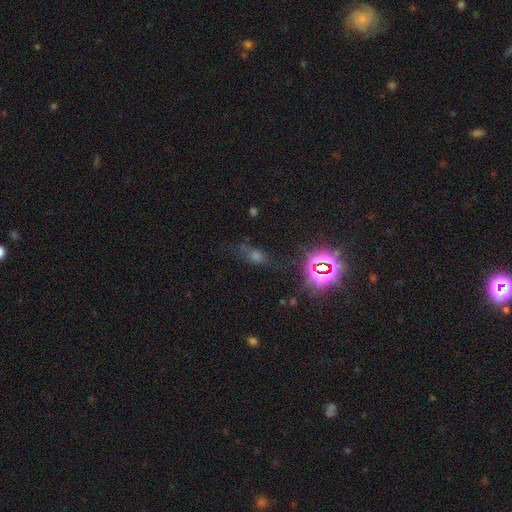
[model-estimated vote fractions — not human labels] Smooth or featured? star or artifact (51%)